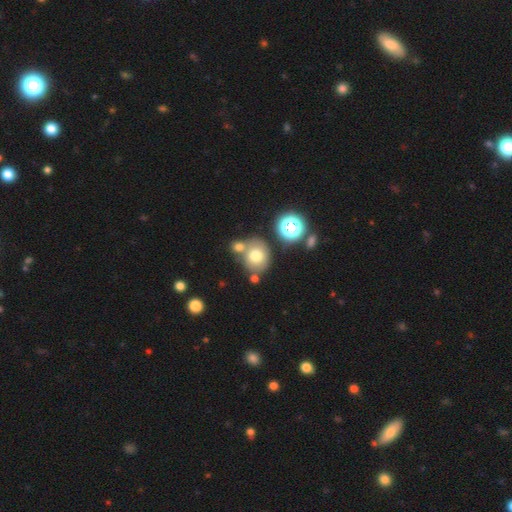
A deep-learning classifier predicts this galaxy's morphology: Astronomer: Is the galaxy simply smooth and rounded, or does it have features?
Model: smooth — 70%.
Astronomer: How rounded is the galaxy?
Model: round — 72%.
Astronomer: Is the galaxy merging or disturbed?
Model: none — 57%.